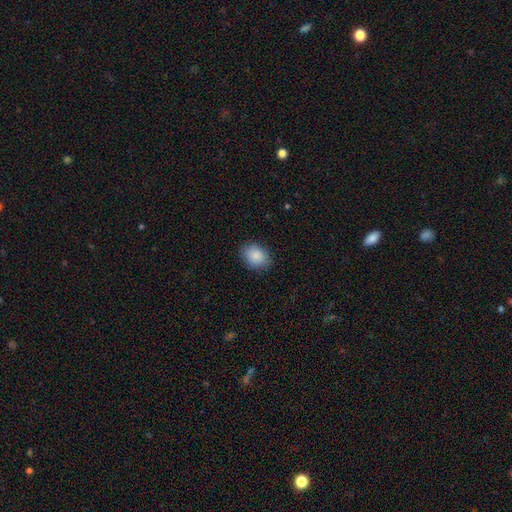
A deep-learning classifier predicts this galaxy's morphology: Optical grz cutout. It shows a smooth galaxy with no disk features (88%) that is in between round and cigar-shaped (62%). Merging: none (86%).